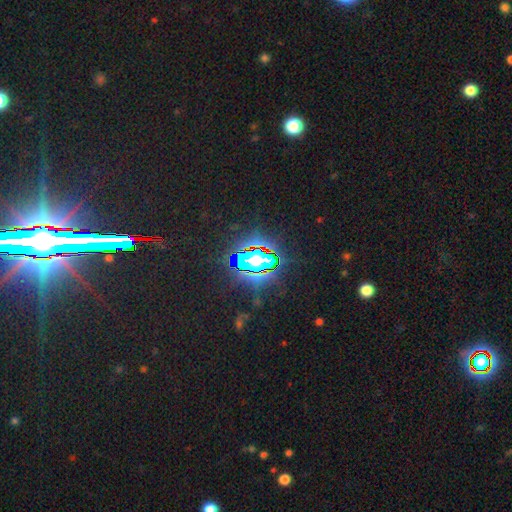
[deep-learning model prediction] A star or artifact, not a galaxy (78%).

Vote fractions:
- Smooth or featured? star or artifact: 78% / smooth: 12% / featured or disk: 10%